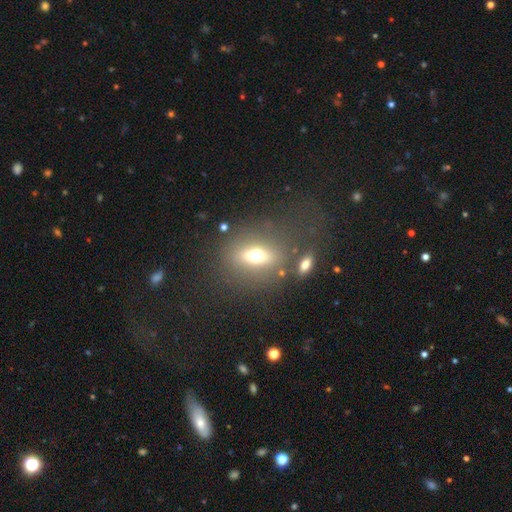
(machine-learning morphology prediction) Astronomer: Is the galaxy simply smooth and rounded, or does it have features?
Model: smooth — 58%.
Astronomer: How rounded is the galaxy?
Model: in between — 57% (runner-up: round, 35%).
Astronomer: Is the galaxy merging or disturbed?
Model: none — 74%.